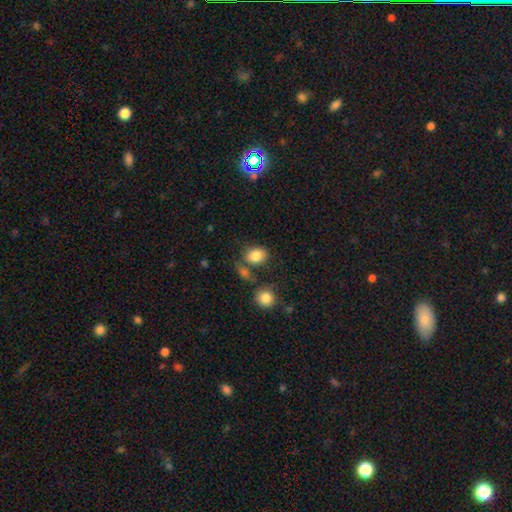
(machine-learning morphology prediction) A smooth galaxy with no disk features (84%) that is in between round and cigar-shaped (58%). Merging: none (63%).